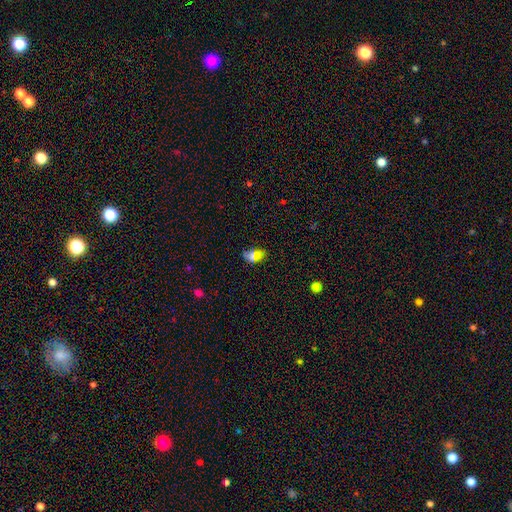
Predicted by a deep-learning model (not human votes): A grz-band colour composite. It shows a smooth galaxy with no disk features (64%) that is in between round and cigar-shaped (81%). Merging: none (62%).